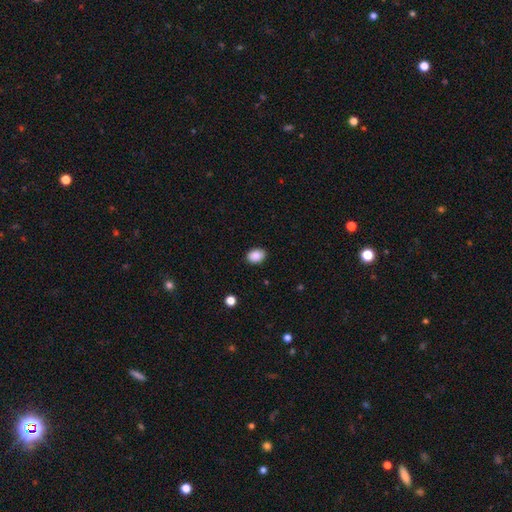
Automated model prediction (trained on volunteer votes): smooth_or_featured: smooth (p=0.89) [alt: star or artifact p=0.08]
how_rounded: in between (p=0.72) [alt: round p=0.27]
merging: none (p=0.89) [alt: minor disturbance p=0.08]